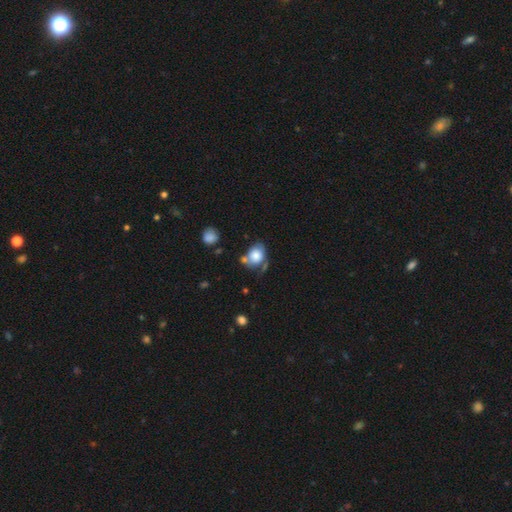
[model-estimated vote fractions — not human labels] smooth-or-featured: smooth: 76% | featured or disk: 16% | star or artifact: 9%
  how-rounded: in between: 51% | round: 47% | cigar-shaped: 1%
  merging: none: 44% | minor disturbance: 25% | merger: 20% | major disturbance: 11%